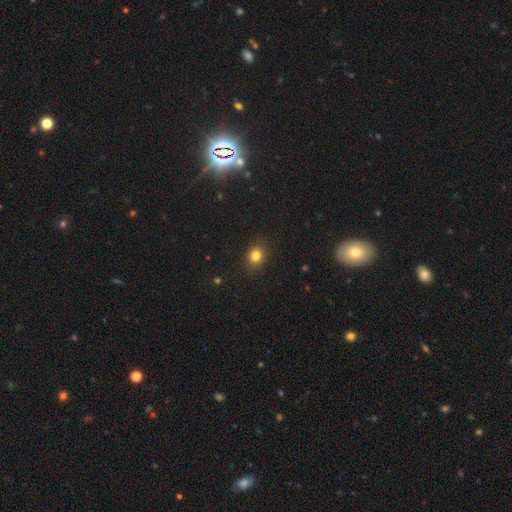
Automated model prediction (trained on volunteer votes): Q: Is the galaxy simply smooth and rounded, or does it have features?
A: smooth — 81%.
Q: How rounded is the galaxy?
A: round — 63%.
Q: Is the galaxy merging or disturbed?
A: none — 89%.